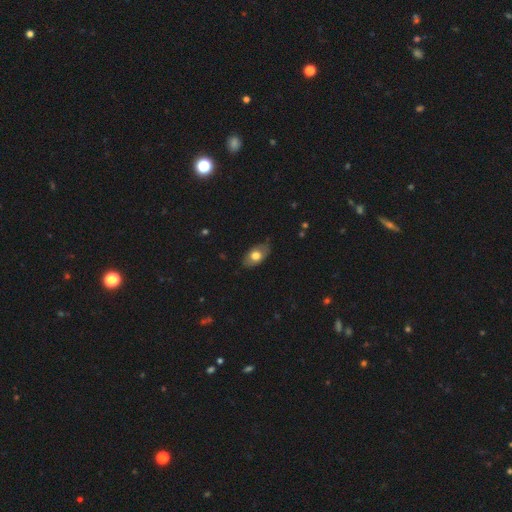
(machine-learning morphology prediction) smooth-or-featured: smooth: 68% | featured or disk: 25% | star or artifact: 7%
  how-rounded: in between: 90% | round: 8% | cigar-shaped: 2%
  merging: none: 77% | minor disturbance: 18% | major disturbance: 3% | merger: 1%